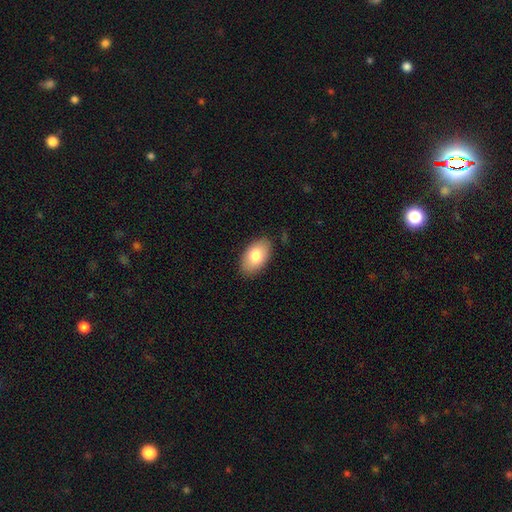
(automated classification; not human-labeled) Smooth or featured: smooth — 80% (featured or disk — 14%)
How rounded: in between — 94% (round — 5%)
Merging: none — 86% (minor disturbance — 11%)